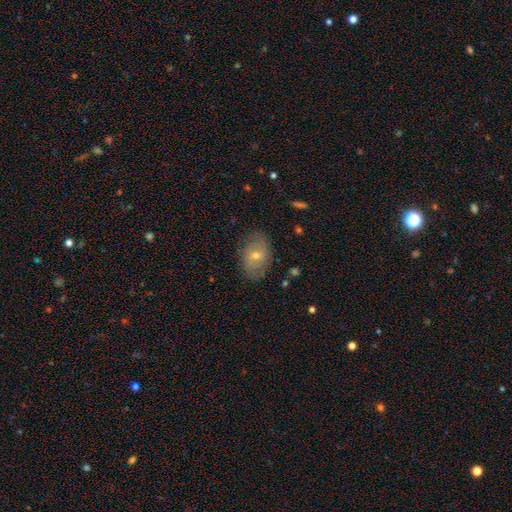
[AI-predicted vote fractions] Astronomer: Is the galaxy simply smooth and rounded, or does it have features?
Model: smooth — 47% (runner-up: featured or disk, 42%).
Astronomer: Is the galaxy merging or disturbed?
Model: none — 79%.